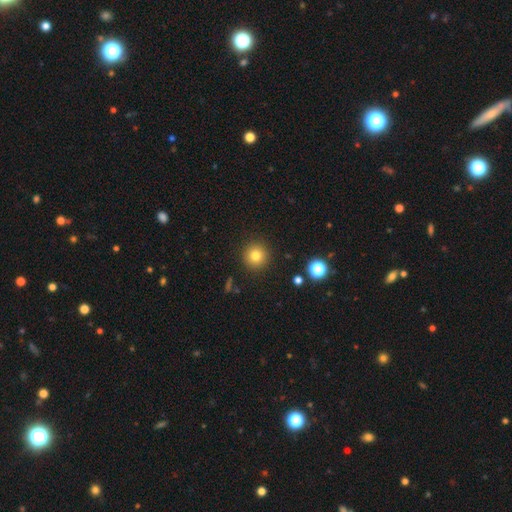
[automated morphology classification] A smooth galaxy with no disk features (80%) that is round (95%).

Vote fractions:
- Smooth or featured? smooth: 80% / star or artifact: 12% / featured or disk: 8%
- How rounded? round: 95% / in between: 4% / cigar-shaped: 1%
- Merging? none: 91% / minor disturbance: 5% / major disturbance: 2% / merger: 1%